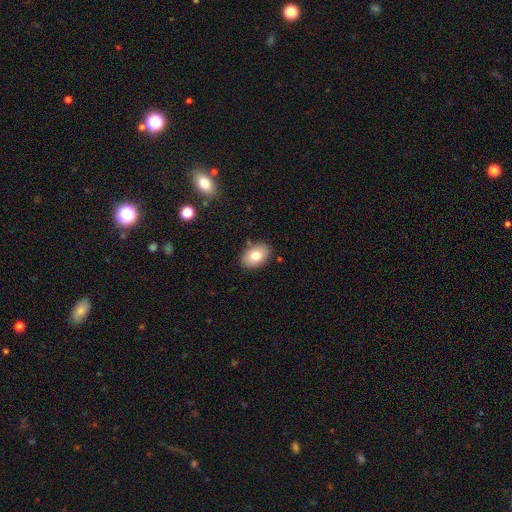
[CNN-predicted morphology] Overall: smooth (77%). How rounded: in between (82%). Merging: none (85%).